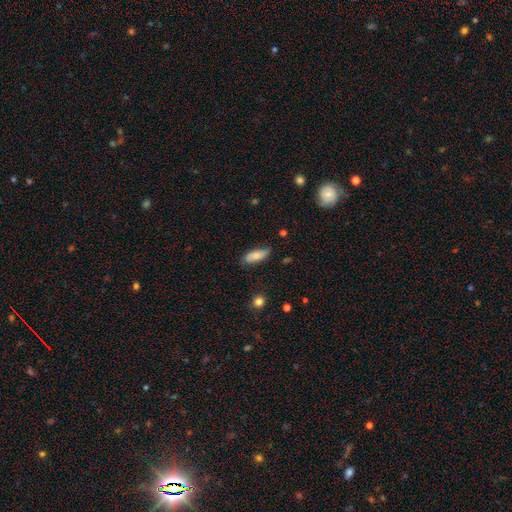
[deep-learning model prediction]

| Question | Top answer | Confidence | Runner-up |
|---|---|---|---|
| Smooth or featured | smooth | 75% | featured or disk (18%) |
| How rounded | in between | 72% | cigar-shaped (25%) |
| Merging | none | 71% | minor disturbance (23%) |